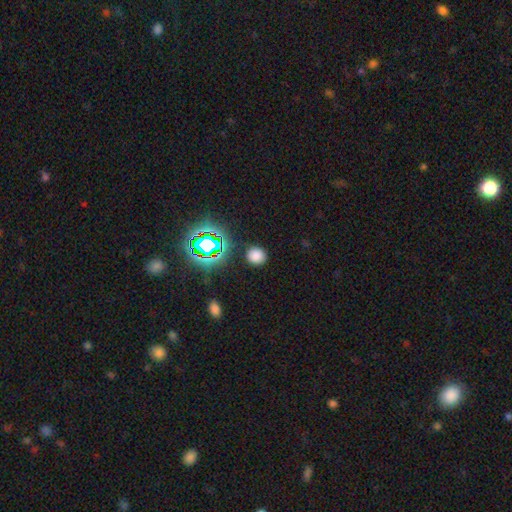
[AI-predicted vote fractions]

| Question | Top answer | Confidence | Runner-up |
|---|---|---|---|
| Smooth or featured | smooth | 74% | star or artifact (20%) |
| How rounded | round | 84% | in between (15%) |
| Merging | none | 88% | minor disturbance (8%) |